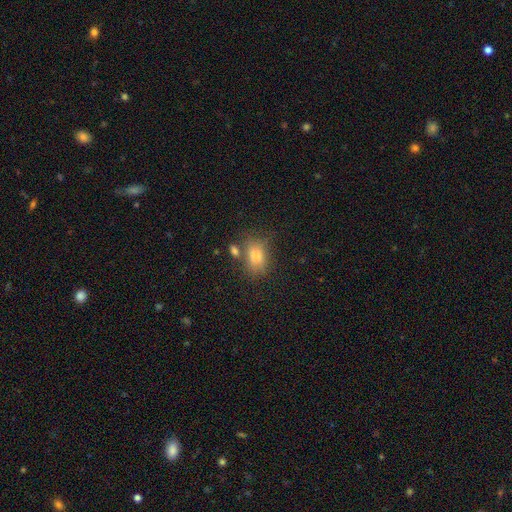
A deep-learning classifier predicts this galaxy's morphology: Smooth or featured?
  - smooth: 76% *
  - star or artifact: 12%
  - featured or disk: 12%
How rounded?
  - in between: 76% *
  - round: 21%
  - cigar-shaped: 3%
Merging?
  - none: 60% *
  - minor disturbance: 19%
  - merger: 13%
  - major disturbance: 7%